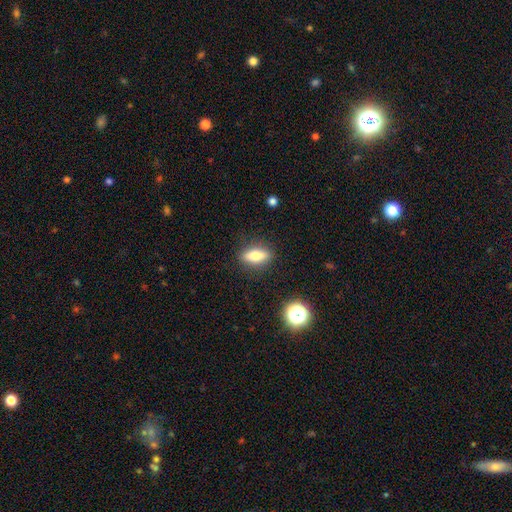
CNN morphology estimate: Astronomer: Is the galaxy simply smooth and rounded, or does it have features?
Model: smooth — 64%.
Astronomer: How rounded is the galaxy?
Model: in between — 59% (runner-up: cigar-shaped, 35%).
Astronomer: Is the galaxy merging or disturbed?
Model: none — 86%.